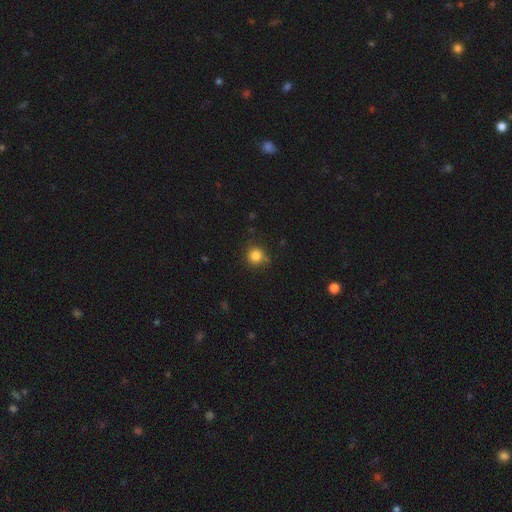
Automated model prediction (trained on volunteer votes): This appears to be a smooth galaxy with no disk features (83%) that is round (91%). Merging: none (75%).